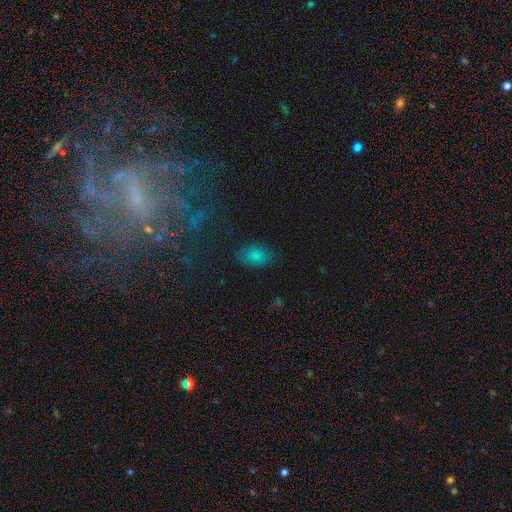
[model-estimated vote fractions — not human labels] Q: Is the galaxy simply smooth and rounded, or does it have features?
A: smooth — 82%.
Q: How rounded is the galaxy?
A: in between — 90%.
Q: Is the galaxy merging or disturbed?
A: none — 82%.